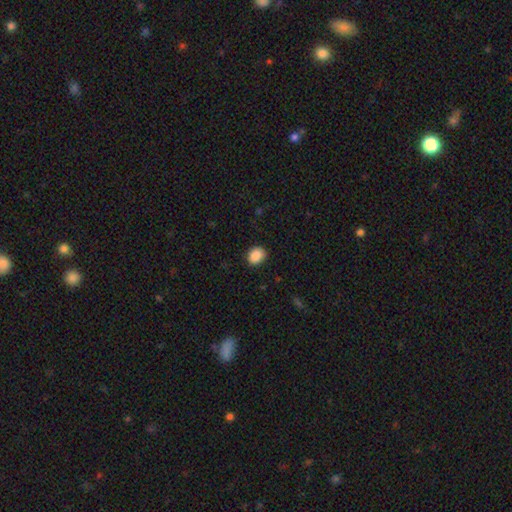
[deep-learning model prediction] Smooth or featured?
  - smooth: 89% *
  - star or artifact: 8%
  - featured or disk: 3%
How rounded?
  - round: 56% *
  - in between: 43%
  - cigar-shaped: 1%
Merging?
  - none: 87% *
  - minor disturbance: 10%
  - major disturbance: 2%
  - merger: 1%